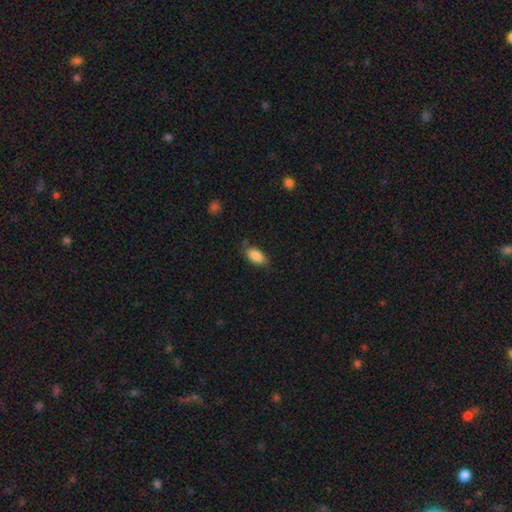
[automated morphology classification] A smooth galaxy with no disk features (87%) that is in between round and cigar-shaped (91%). Merging: none (75%).